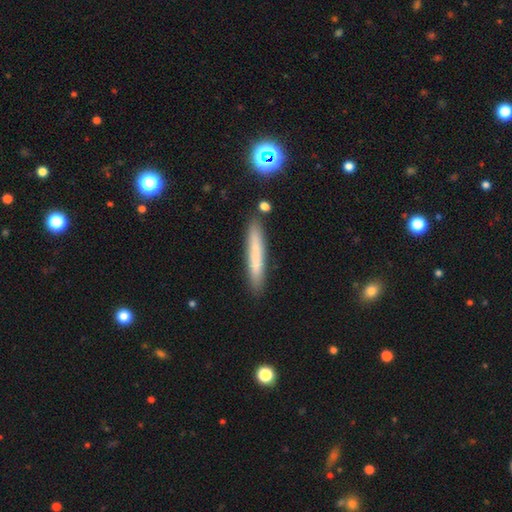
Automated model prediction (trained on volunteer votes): This is likely a smooth galaxy (72%). How rounded: clearly cigar-shaped (95%). Merging: clearly none (87%).